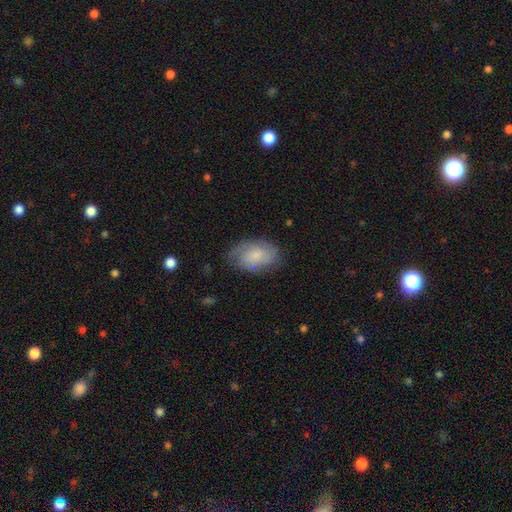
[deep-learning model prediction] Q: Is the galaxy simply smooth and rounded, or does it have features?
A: smooth — 60%.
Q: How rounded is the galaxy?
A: in between — 89%.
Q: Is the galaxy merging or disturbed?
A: none — 66%.